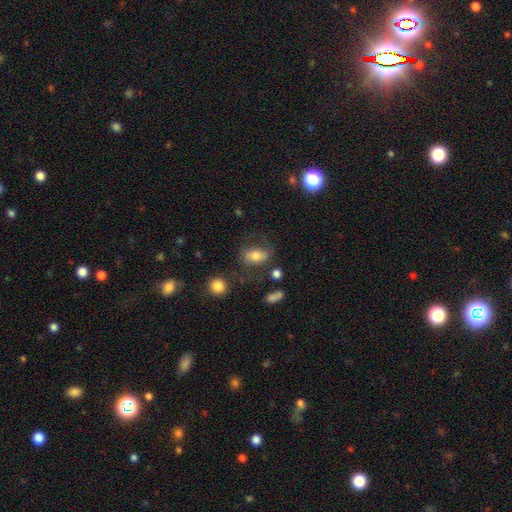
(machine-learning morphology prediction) Smooth or featured? smooth (69%)
How rounded? in between (83%)
Merging? none (61%)